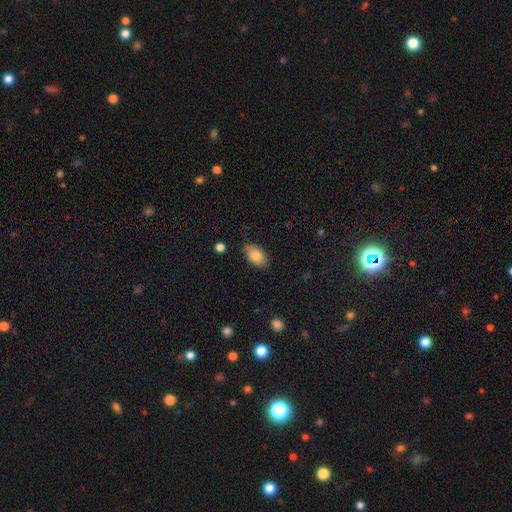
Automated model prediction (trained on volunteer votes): Smooth or featured? Predicted: smooth (p=0.81). How rounded? Predicted: in between (p=0.92). Merging? Predicted: none (p=0.79).